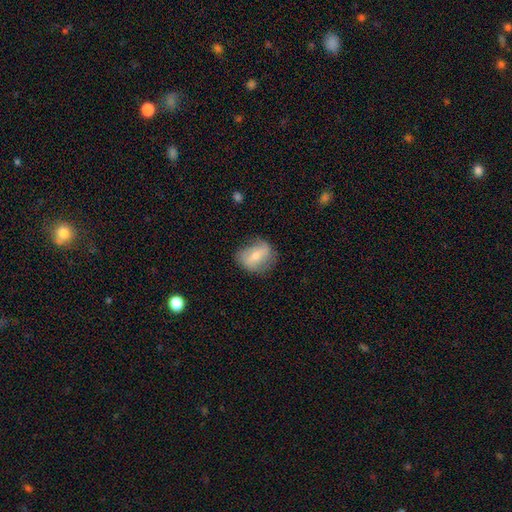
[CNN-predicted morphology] A smooth galaxy with no disk features (50%) that is in between round and cigar-shaped (54%). Merging: none (62%).